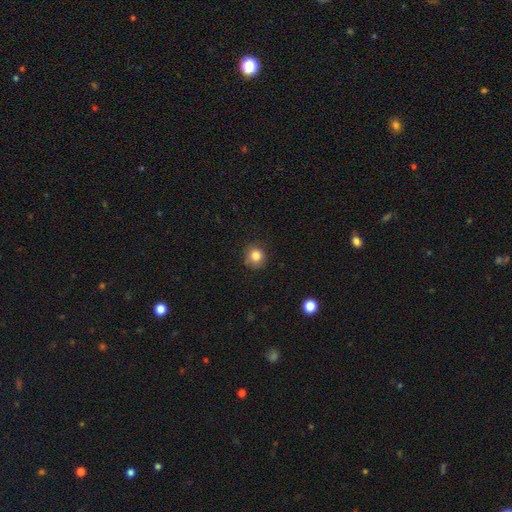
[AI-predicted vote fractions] smooth-or-featured: smooth: 84% | star or artifact: 11% | featured or disk: 5%
  how-rounded: round: 88% | in between: 11% | cigar-shaped: 1%
  merging: none: 84% | minor disturbance: 12% | major disturbance: 3% | merger: 1%